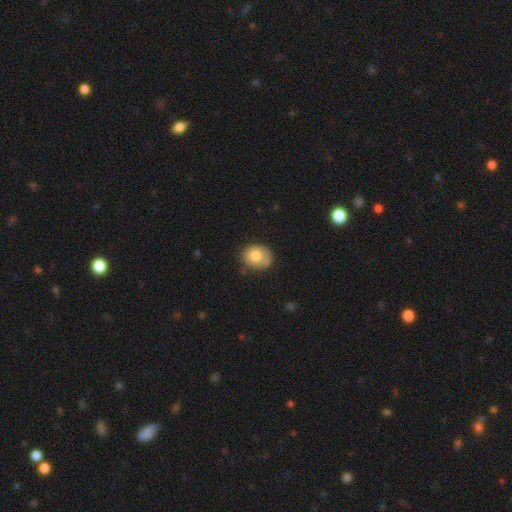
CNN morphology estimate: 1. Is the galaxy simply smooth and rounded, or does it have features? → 79% smooth, 13% featured or disk, 8% star or artifact.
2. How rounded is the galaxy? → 55% round, 44% in between, 1% cigar-shaped.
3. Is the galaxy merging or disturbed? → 63% none, 24% minor disturbance, 7% merger, 6% major disturbance.